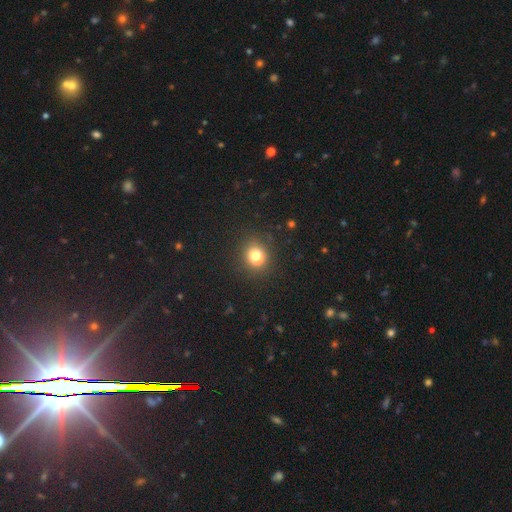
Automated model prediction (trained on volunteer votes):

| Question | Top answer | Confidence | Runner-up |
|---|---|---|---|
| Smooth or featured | smooth | 77% | star or artifact (14%) |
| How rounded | round | 83% | in between (16%) |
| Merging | none | 85% | minor disturbance (10%) |